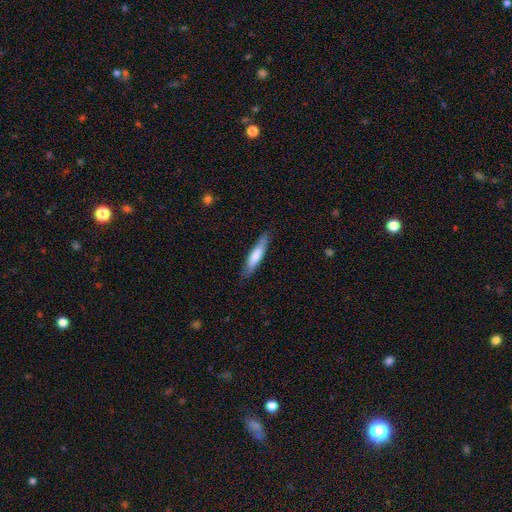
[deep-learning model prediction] Smooth or featured? Predicted: smooth (p=0.73). How rounded? Predicted: cigar-shaped (p=0.83). Merging? Predicted: none (p=0.83).